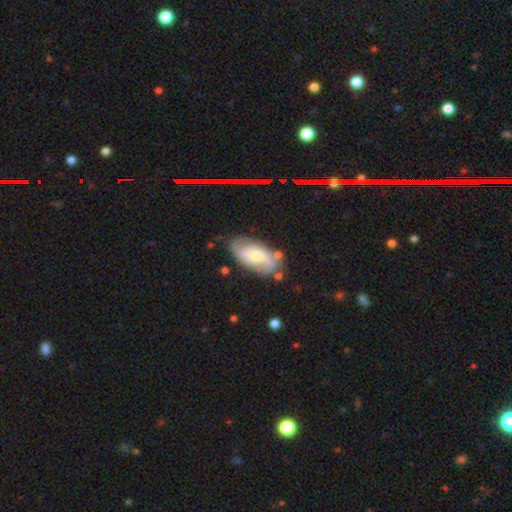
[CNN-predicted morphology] This appears to be a featured or disk galaxy (66%) with no bar (56%), 2 (77%) medium (45%) spiral arms (89%) and a moderate central bulge (45%). Merging: none (70%).